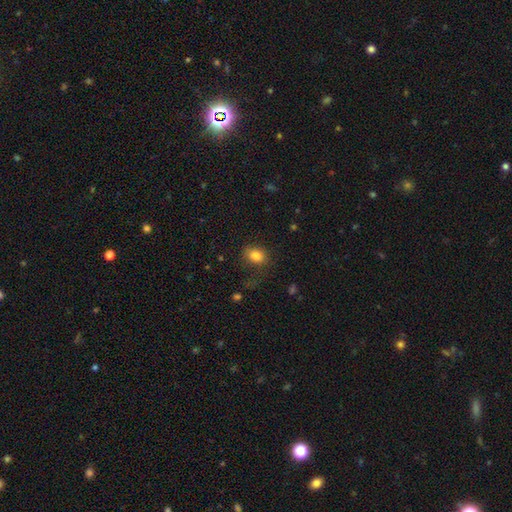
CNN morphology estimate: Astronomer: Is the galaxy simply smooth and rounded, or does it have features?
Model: smooth — 83%.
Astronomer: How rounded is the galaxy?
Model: in between — 68%.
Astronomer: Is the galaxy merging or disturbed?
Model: none — 75%.